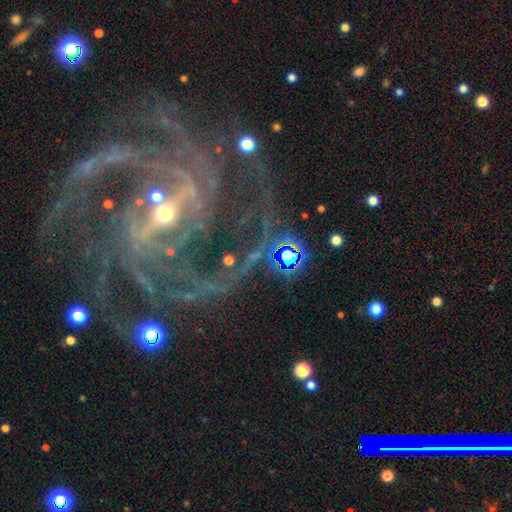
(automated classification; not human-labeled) Smooth or featured: featured or disk — 90% (star or artifact — 7%)
Edge-on disk: no — 97% (yes — 3%)
Bar: strong — 65% (weak — 25%)
Spiral arms: yes — 98% (no — 2%)
Spiral winding: medium — 47% (tight — 39%)
Spiral arm count: 2 — 30% (3 — 18%)
Bulge size: small — 66% (moderate — 30%)
Merging: none — 65% (major disturbance — 17%)